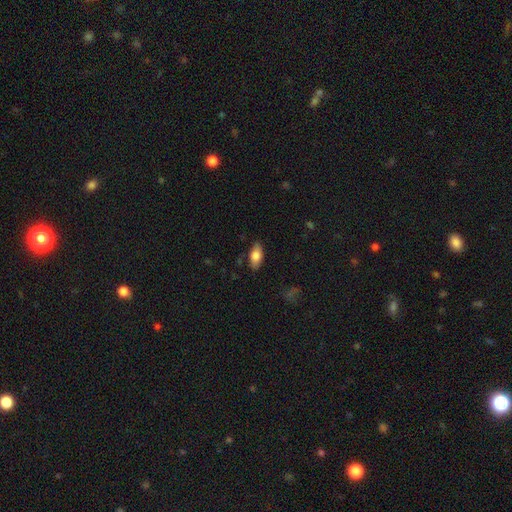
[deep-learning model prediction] Smooth or featured?
  - smooth: 77% *
  - featured or disk: 17%
  - star or artifact: 7%
How rounded?
  - in between: 88% *
  - cigar-shaped: 9%
  - round: 3%
Merging?
  - none: 83% *
  - minor disturbance: 13%
  - major disturbance: 3%
  - merger: 1%